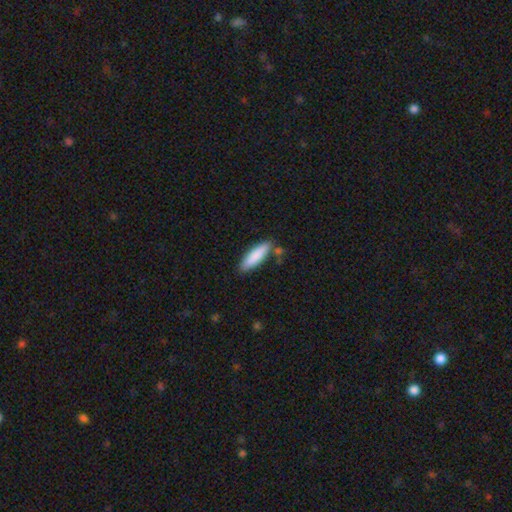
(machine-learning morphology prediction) This is clearly a smooth galaxy (85%). How rounded: likely cigar-shaped (63%). Merging: likely none (78%).